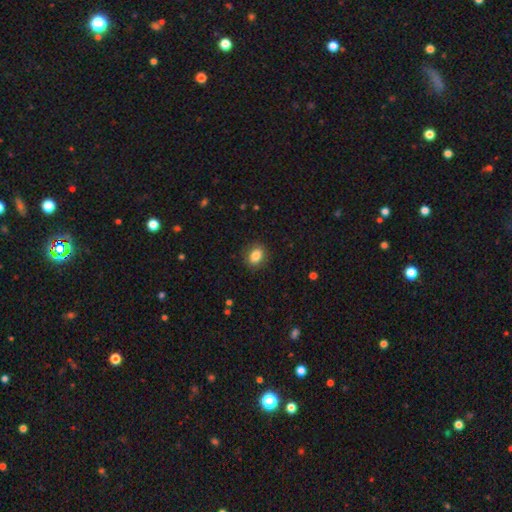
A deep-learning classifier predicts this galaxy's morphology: smooth 85%, star or artifact 9%, featured or disk 6%. Down the decision tree: how rounded — in between (56%); merging — none (87%).